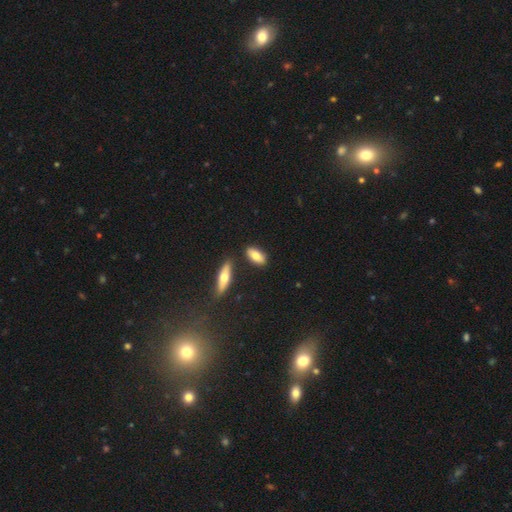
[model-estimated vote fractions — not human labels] Smooth or featured?
  - smooth: 78% *
  - featured or disk: 16%
  - star or artifact: 6%
How rounded?
  - in between: 82% *
  - cigar-shaped: 15%
  - round: 3%
Merging?
  - none: 81% *
  - minor disturbance: 10%
  - merger: 6%
  - major disturbance: 2%